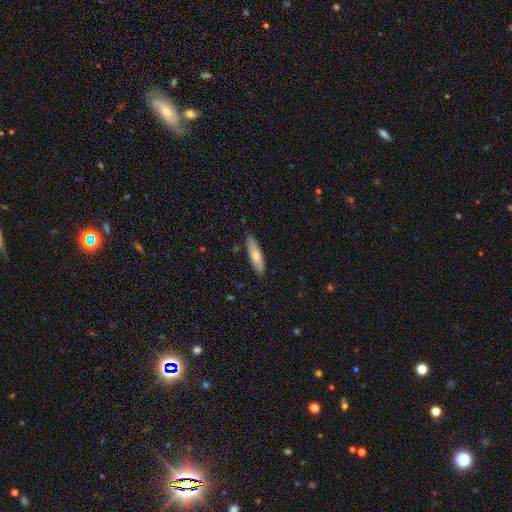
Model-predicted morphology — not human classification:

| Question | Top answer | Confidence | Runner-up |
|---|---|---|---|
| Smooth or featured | smooth | 61% | featured or disk (33%) |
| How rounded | cigar-shaped | 74% | in between (24%) |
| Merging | none | 88% | minor disturbance (9%) |